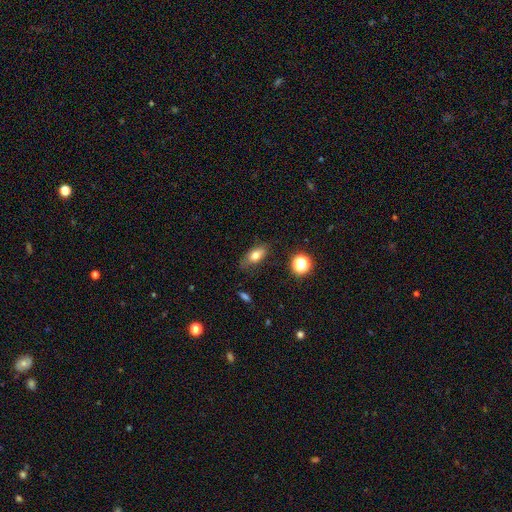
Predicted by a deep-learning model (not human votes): The model was most divided on "merging": none: 73%, minor disturbance: 20%, major disturbance: 5%, merger: 2%. More confident: how rounded — in between (80%); smooth or featured — smooth (73%).